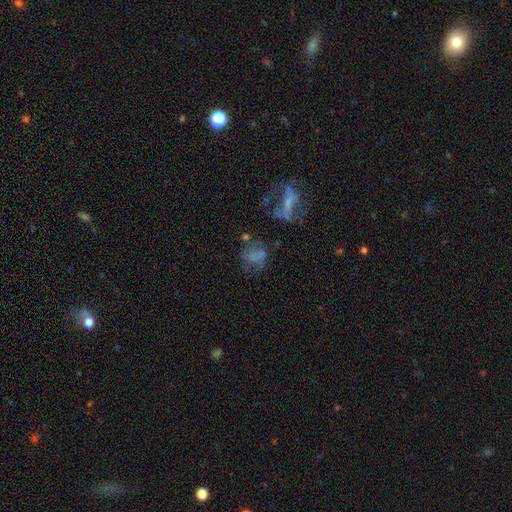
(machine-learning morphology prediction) A smooth galaxy with no disk features (45%).

Vote fractions:
- Smooth or featured? smooth: 45% / featured or disk: 39% / star or artifact: 16%
- Merging? none: 43% / major disturbance: 24% / minor disturbance: 21% / merger: 11%